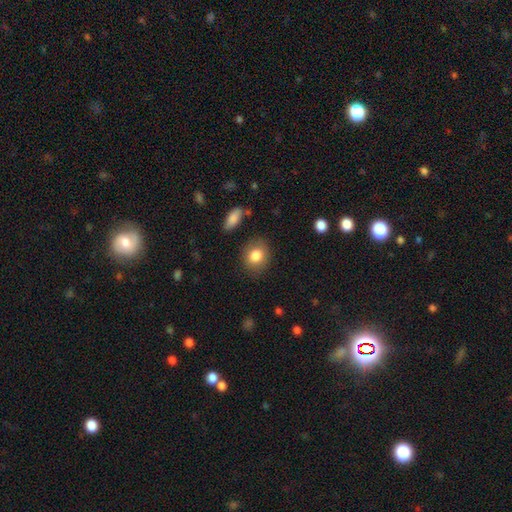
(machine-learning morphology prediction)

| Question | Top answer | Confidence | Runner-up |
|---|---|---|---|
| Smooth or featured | smooth | 83% | featured or disk (8%) |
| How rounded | round | 63% | in between (36%) |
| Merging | none | 83% | minor disturbance (12%) |